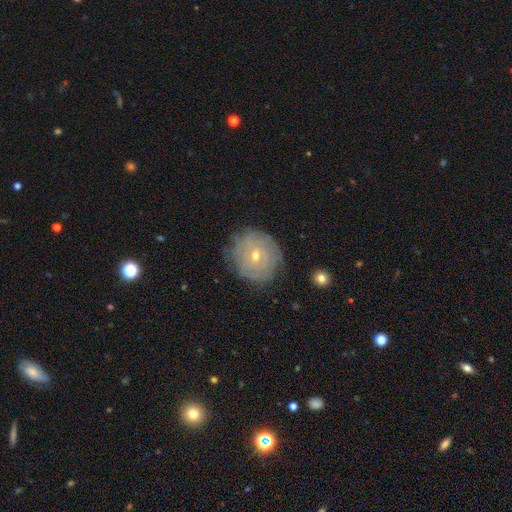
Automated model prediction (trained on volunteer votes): Smooth or featured?
  - featured or disk: 71% *
  - smooth: 20%
  - star or artifact: 9%
Edge-on disk?
  - no: 97% *
  - yes: 3%
Bar?
  - no: 67% *
  - weak: 27%
  - strong: 6%
Spiral arms?
  - yes: 84% *
  - no: 16%
Spiral winding?
  - tight: 83% *
  - medium: 13%
  - loose: 4%
Spiral arm count?
  - can't tell: 54% *
  - 2: 14%
  - 3: 11%
  - 4: 9%
  - more than 4: 6%
  - 1: 5%
Bulge size?
  - small: 60% *
  - moderate: 37%
  - large: 1%
  - none: 1%
  - dominant: 1%
Merging?
  - none: 83% *
  - minor disturbance: 12%
  - major disturbance: 4%
  - merger: 1%